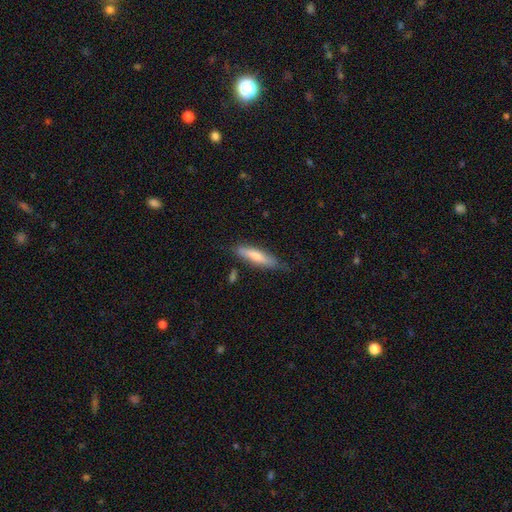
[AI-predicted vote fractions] Q: Smooth or featured?
A: smooth (68%); runner-up: featured or disk (27%)
Q: How rounded?
A: cigar-shaped (81%); runner-up: in between (17%)
Q: Merging?
A: none (74%); runner-up: minor disturbance (19%)